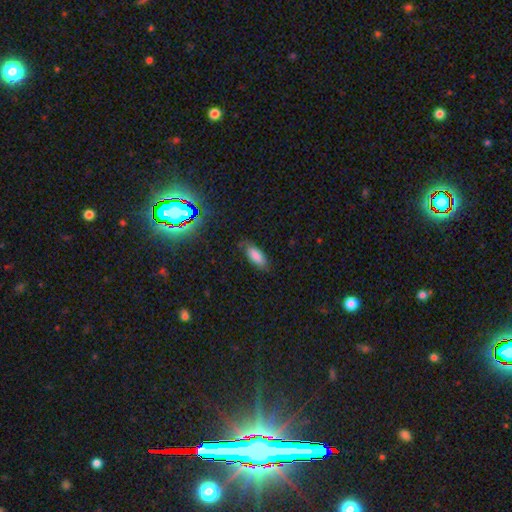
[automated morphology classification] This is clearly a smooth galaxy (81%). How rounded: clearly in between (81%). Merging: likely none (76%).